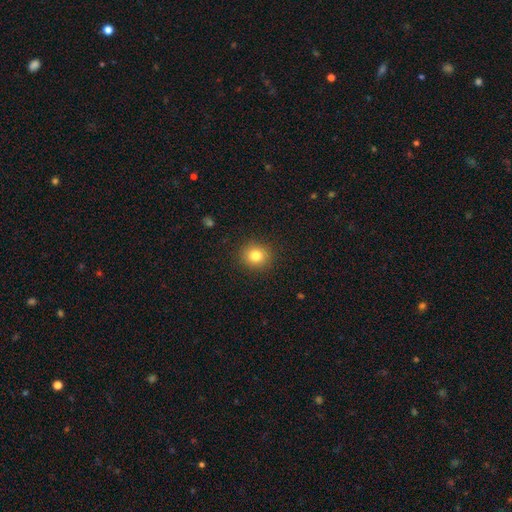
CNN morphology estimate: Smooth or featured?
  - smooth: 81% *
  - star or artifact: 12%
  - featured or disk: 7%
How rounded?
  - round: 87% *
  - in between: 12%
  - cigar-shaped: 1%
Merging?
  - none: 91% *
  - minor disturbance: 6%
  - major disturbance: 2%
  - merger: 1%